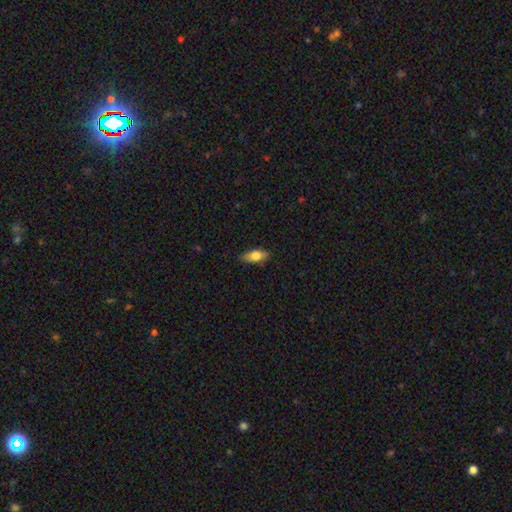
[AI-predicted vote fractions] A smooth galaxy with no disk features (73%) that is in between round and cigar-shaped (80%). Merging: none (81%).